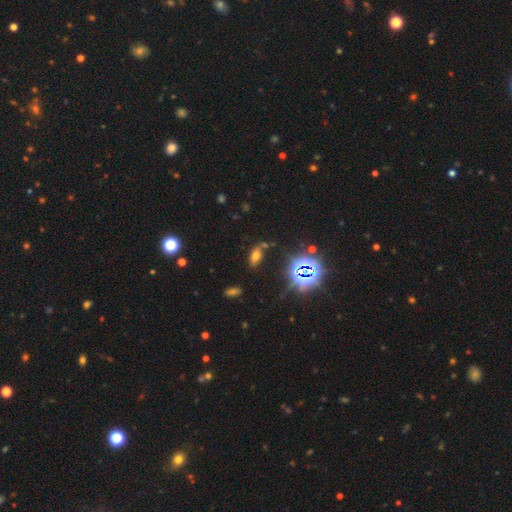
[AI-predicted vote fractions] This is possibly a smooth galaxy (54%). How rounded: clearly in between (87%). Merging: likely none (68%).